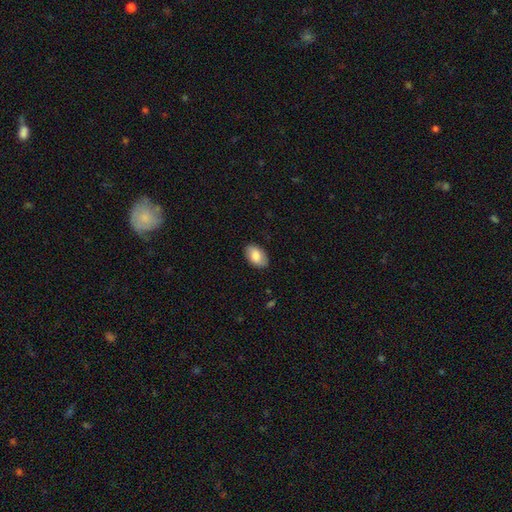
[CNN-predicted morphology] smooth_or_featured: smooth (p=0.78) [alt: featured or disk p=0.16]
how_rounded: in between (p=0.92) [alt: round p=0.06]
merging: none (p=0.86) [alt: minor disturbance p=0.11]